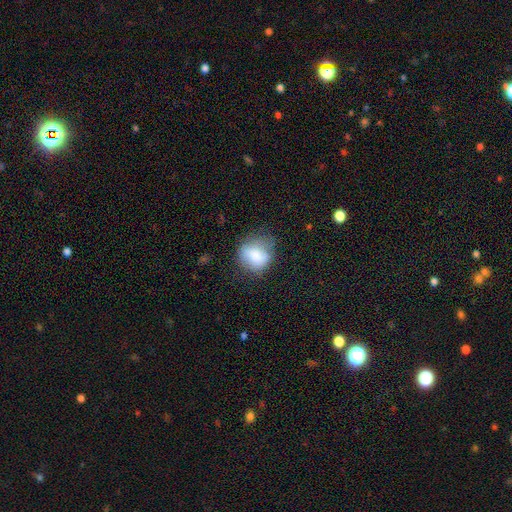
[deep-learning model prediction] Q: Smooth or featured?
A: smooth (75%); runner-up: featured or disk (17%)
Q: How rounded?
A: round (66%); runner-up: in between (32%)
Q: Merging?
A: none (52%); runner-up: minor disturbance (31%)